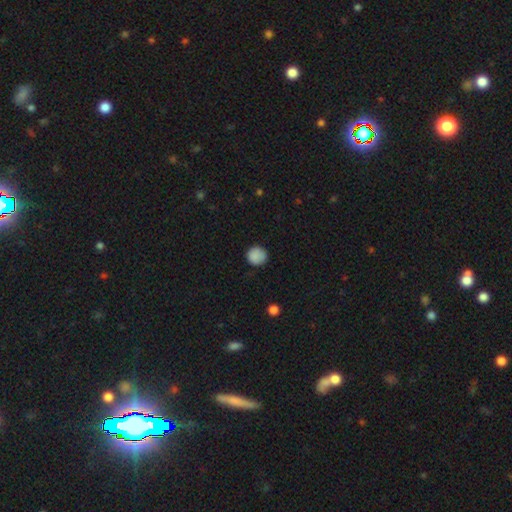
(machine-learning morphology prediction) smooth 88%, star or artifact 9%, featured or disk 4%. Down the decision tree: how rounded — round (91%); merging — none (84%).